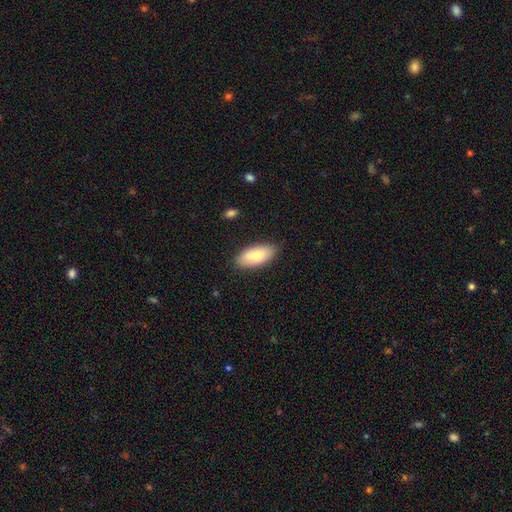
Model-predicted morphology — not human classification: smooth 80%, featured or disk 14%, star or artifact 6%. Down the decision tree: how rounded — in between (89%); merging — none (83%).